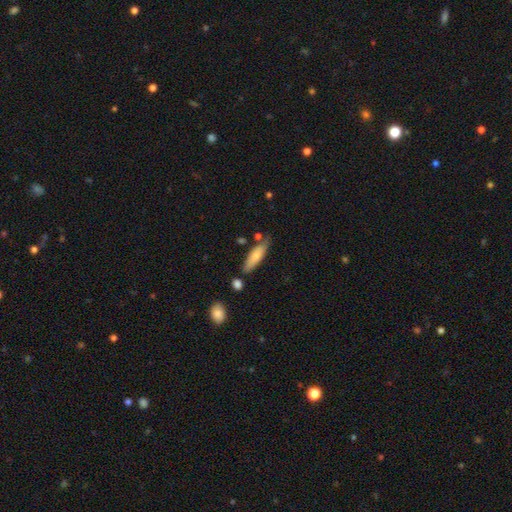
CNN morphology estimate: A smooth galaxy with no disk features (75%) that is cigar-shaped (59%). Merging: none (69%).